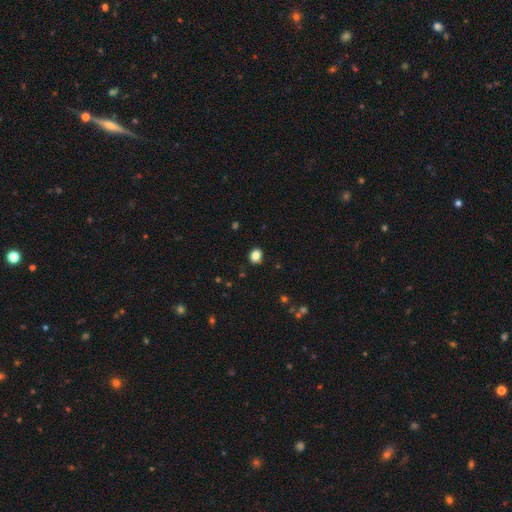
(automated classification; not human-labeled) smooth 85%, star or artifact 11%, featured or disk 4%. Down the decision tree: how rounded — round (59%); merging — none (89%).